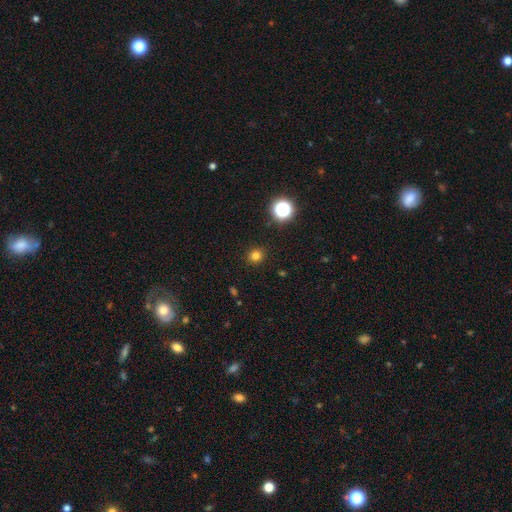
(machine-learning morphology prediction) smooth_or_featured: smooth (p=0.79) [alt: star or artifact p=0.17]
how_rounded: round (p=0.89) [alt: in between p=0.10]
merging: none (p=0.91) [alt: minor disturbance p=0.06]